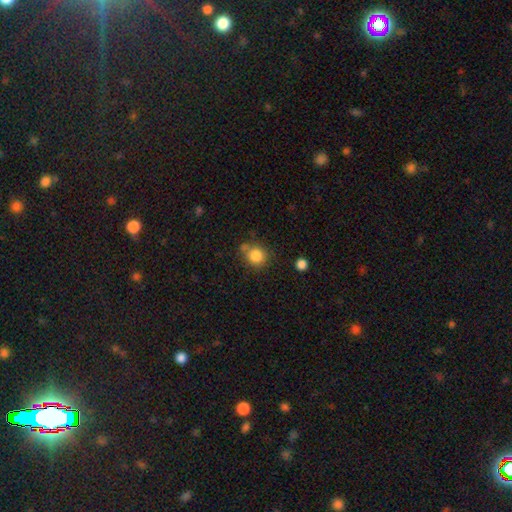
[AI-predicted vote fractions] This appears to be a smooth galaxy with no disk features (84%) that is round (88%). Merging: none (69%).